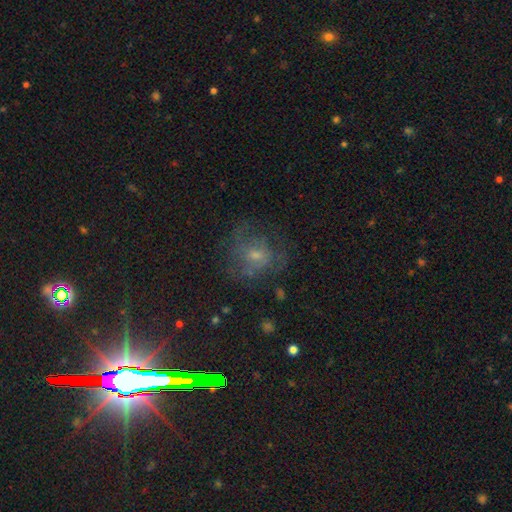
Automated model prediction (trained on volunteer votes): This appears to be a smooth galaxy with no disk features (43%). Merging: none (54%).